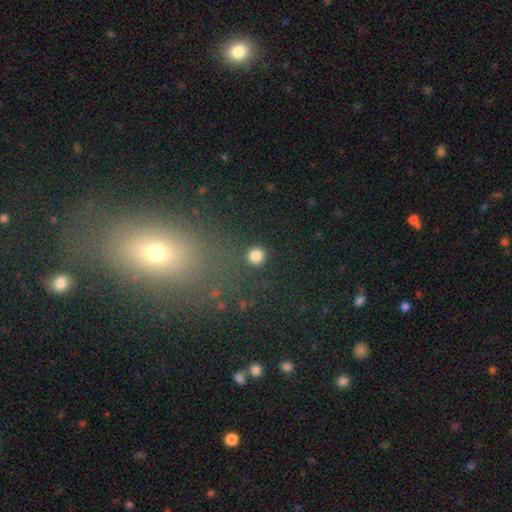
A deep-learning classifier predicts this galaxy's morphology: Overall: smooth (83%). How rounded: round (94%). Merging: none (90%).